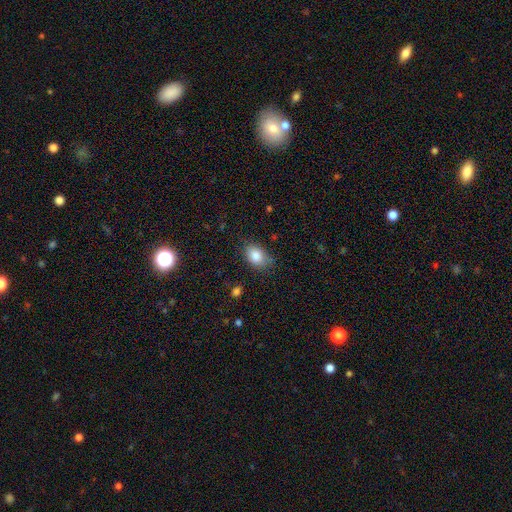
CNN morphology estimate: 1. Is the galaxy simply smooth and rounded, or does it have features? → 85% smooth, 8% star or artifact, 7% featured or disk.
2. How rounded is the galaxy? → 82% in between, 17% round, 1% cigar-shaped.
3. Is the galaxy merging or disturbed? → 73% none, 21% minor disturbance, 4% major disturbance, 2% merger.